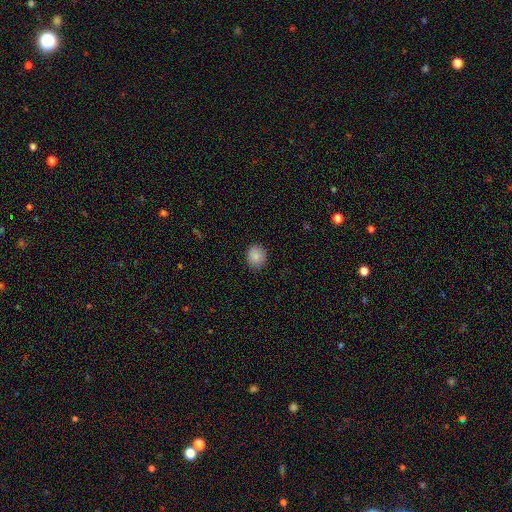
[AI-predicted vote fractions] This is clearly a smooth galaxy (87%). How rounded: likely round (63%). Merging: clearly none (88%).